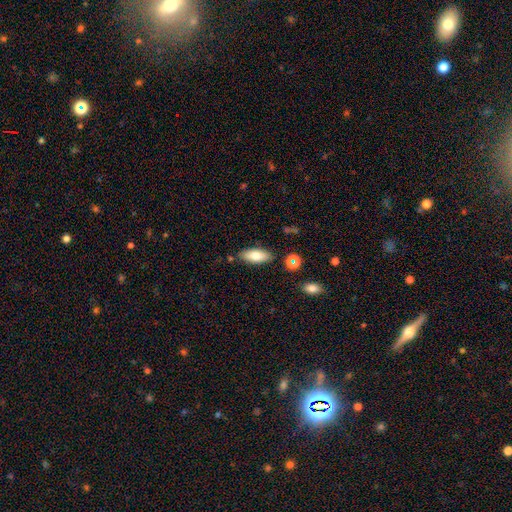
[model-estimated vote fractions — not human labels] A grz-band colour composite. It shows a smooth galaxy with no disk features (77%) that is in between round and cigar-shaped (83%). Merging: none (82%).